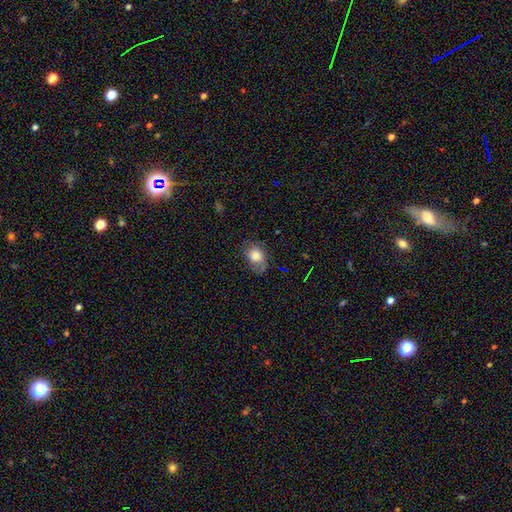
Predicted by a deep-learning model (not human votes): smooth_or_featured: smooth (p=0.73) [alt: featured or disk p=0.17]
how_rounded: in between (p=0.57) [alt: round p=0.41]
merging: none (p=0.60) [alt: minor disturbance p=0.27]